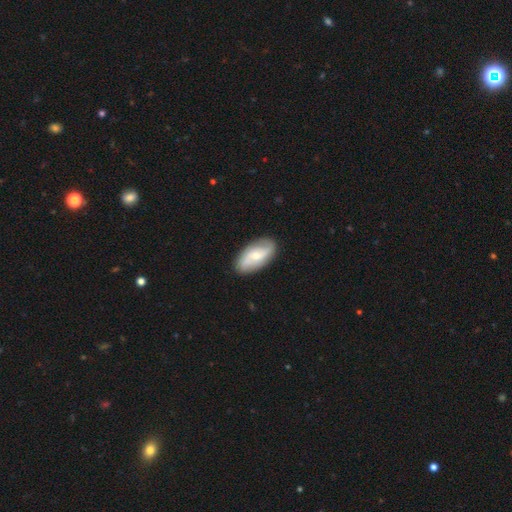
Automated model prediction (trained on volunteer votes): smooth-or-featured: featured or disk: 61% | smooth: 34% | star or artifact: 5%
  disk-edge-on: no: 93% | yes: 7%
    bar: no: 50% | weak: 37% | strong: 13%
    has-spiral-arms: yes: 85% | no: 15%
    bulge-size: small: 53% | moderate: 42% | large: 2% | none: 2% | dominant: 1%
  merging: none: 85% | minor disturbance: 11% | major disturbance: 3% | merger: 1%